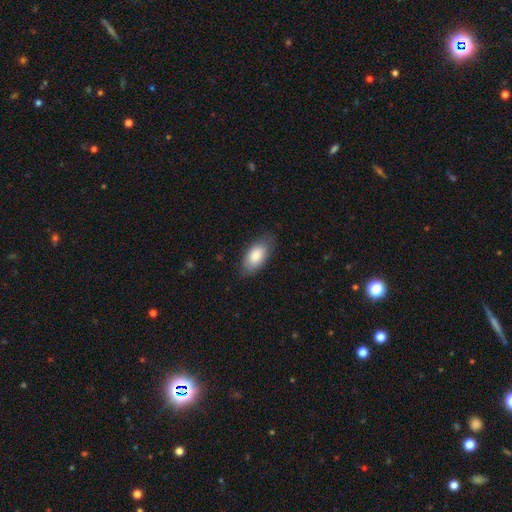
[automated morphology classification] A smooth galaxy with no disk features (83%) that is in between round and cigar-shaped (92%). Merging: none (78%).